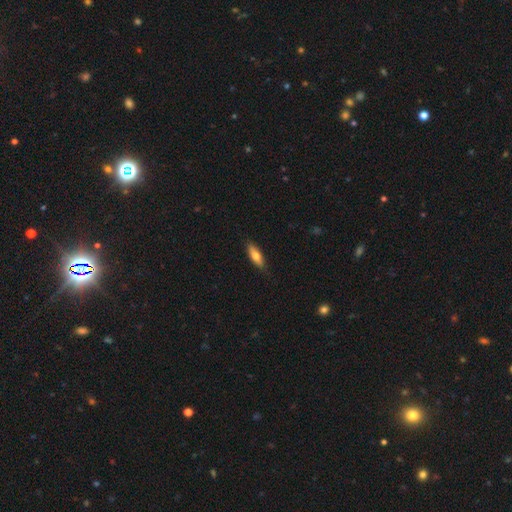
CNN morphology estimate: type=smooth (72%); roundness=in between (52%); merging=none (83%).